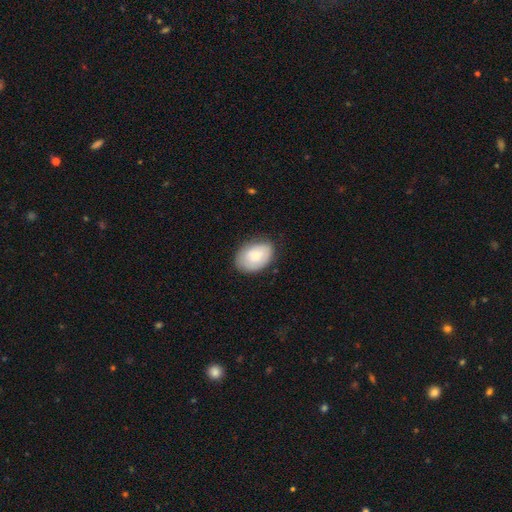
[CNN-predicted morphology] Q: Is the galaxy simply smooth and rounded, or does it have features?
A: smooth — 76%.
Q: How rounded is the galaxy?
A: in between — 85%.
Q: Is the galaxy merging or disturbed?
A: none — 76%.